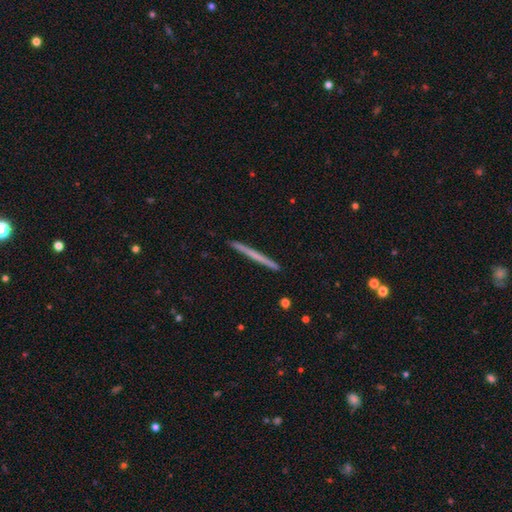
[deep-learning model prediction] Overall: smooth (50%; featured or disk 45%). Merging: none (93%).